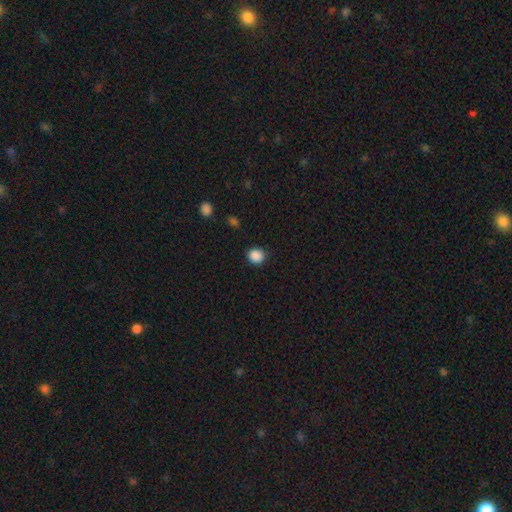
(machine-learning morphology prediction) The model was most divided on "how rounded": round: 86%, in between: 13%, cigar-shaped: 1%. More confident: merging — none (89%); smooth or featured — smooth (88%).